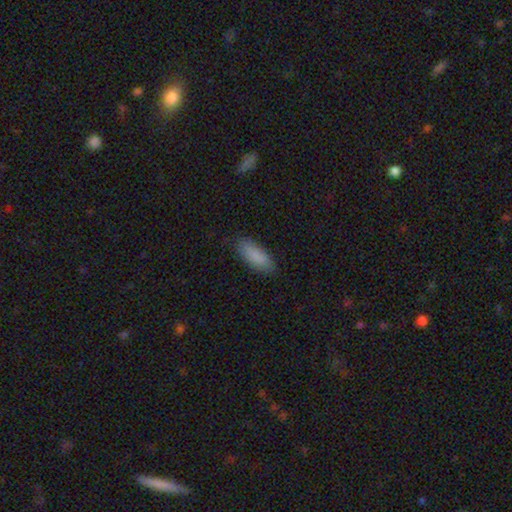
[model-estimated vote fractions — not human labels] A smooth galaxy with no disk features (88%) that is in between round and cigar-shaped (74%).

Vote fractions:
- Smooth or featured? smooth: 88% / star or artifact: 6% / featured or disk: 6%
- How rounded? in between: 74% / cigar-shaped: 24% / round: 2%
- Merging? none: 84% / minor disturbance: 12% / major disturbance: 2% / merger: 1%